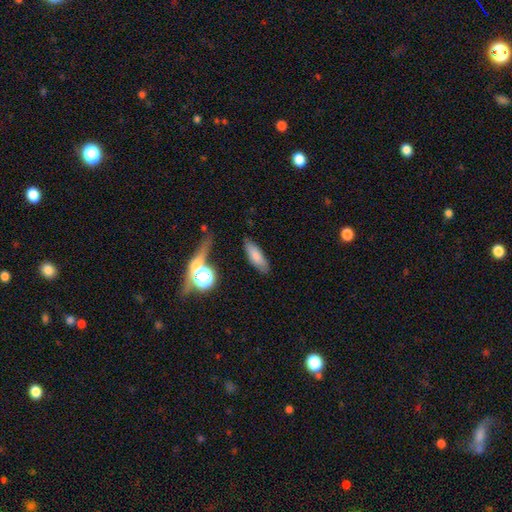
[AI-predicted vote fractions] Overall: smooth (75%). How rounded: in between (49%; cigar-shaped 48%). Merging: none (75%).